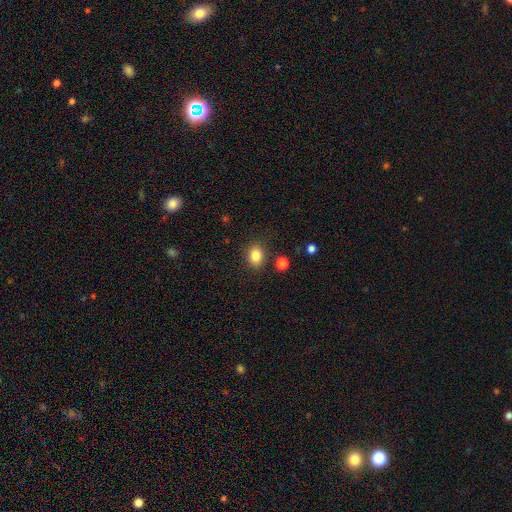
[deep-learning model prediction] This is clearly a smooth galaxy (84%). How rounded: possibly in between (55%). Merging: clearly none (83%).